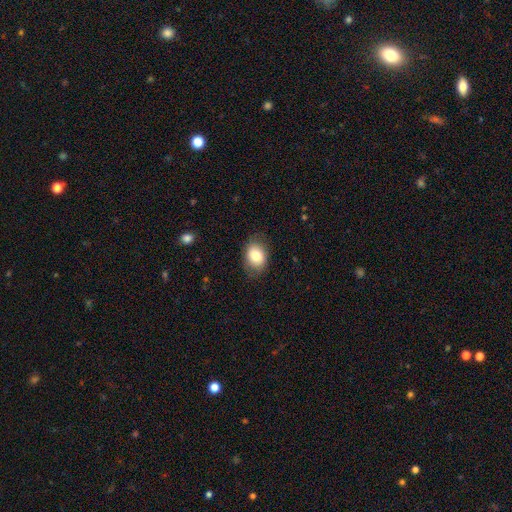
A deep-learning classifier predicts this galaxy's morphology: A smooth galaxy with no disk features (81%) that is in between round and cigar-shaped (70%). Merging: none (79%).